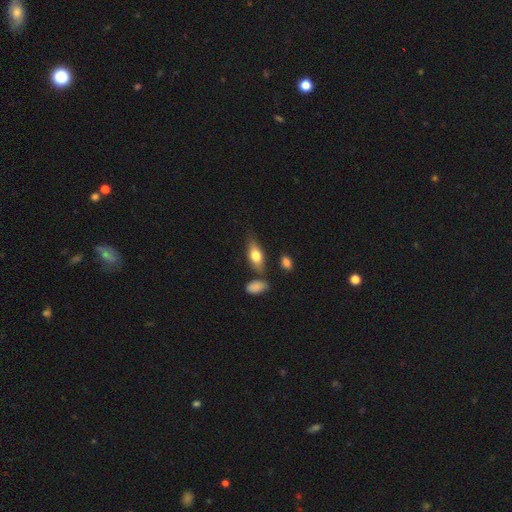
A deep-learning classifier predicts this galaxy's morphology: The model was most divided on "smooth or featured": smooth: 69%, featured or disk: 25%, star or artifact: 6%. More confident: how rounded — in between (77%); merging — none (70%).